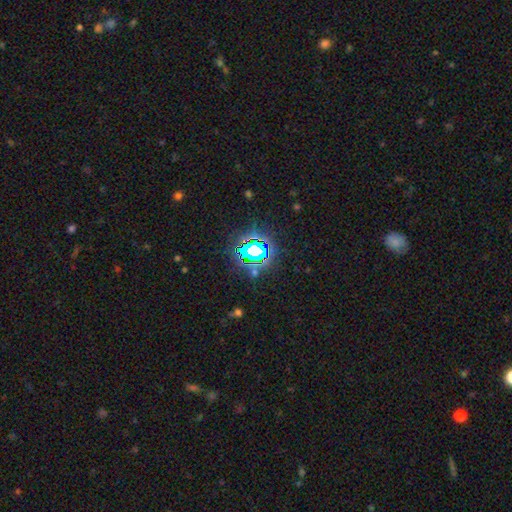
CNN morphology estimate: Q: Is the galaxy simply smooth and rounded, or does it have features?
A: star or artifact — 73%.